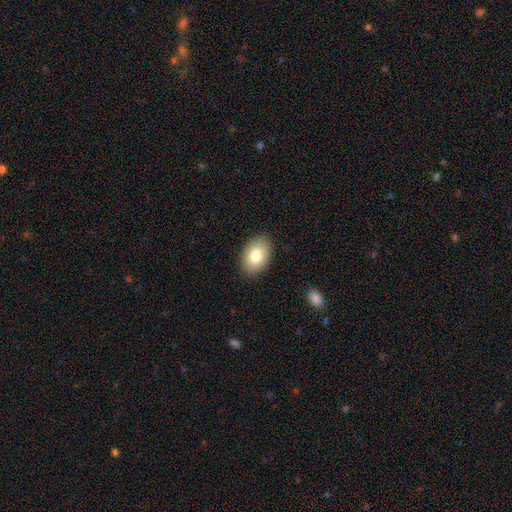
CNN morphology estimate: The model was most divided on "smooth or featured": smooth: 81%, featured or disk: 12%, star or artifact: 8%. More confident: merging — none (88%); how rounded — in between (88%).